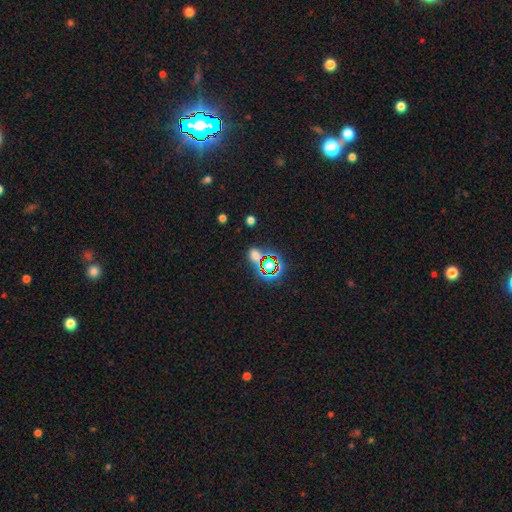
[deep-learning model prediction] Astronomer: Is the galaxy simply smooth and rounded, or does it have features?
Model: smooth — 47% (runner-up: star or artifact, 45%).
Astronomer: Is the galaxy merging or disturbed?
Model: none — 69%.